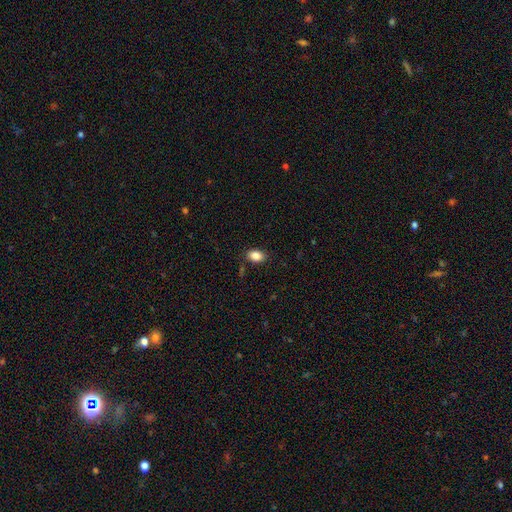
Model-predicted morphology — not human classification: type=smooth (87%); roundness=in between (84%); merging=none (84%).